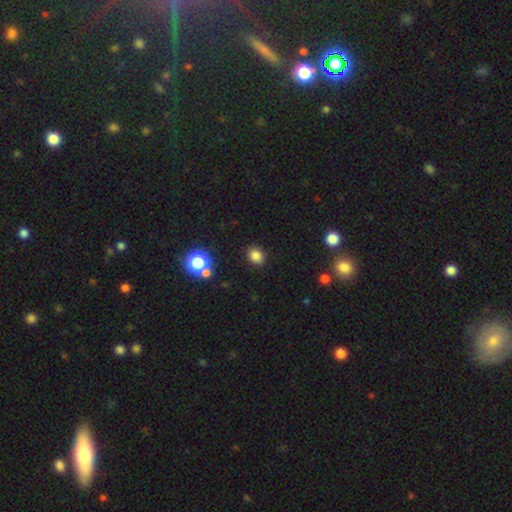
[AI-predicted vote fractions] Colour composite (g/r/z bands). It shows a smooth galaxy with no disk features (82%) that is round (58%). Merging: none (89%).